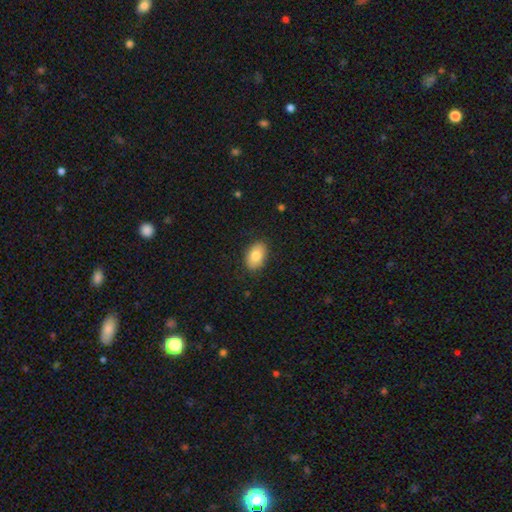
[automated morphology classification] type=smooth (83%); roundness=in between (90%); merging=none (86%).